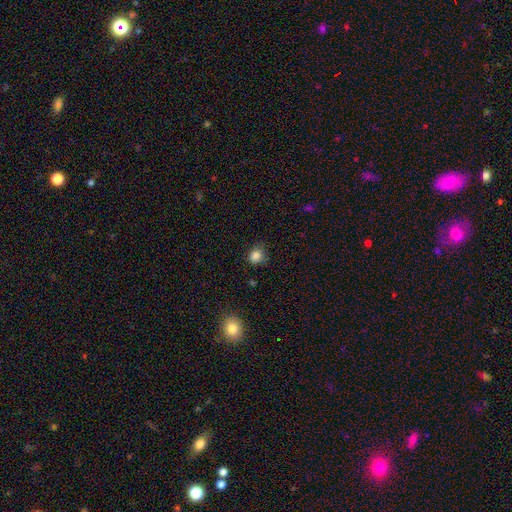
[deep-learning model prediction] A smooth galaxy with no disk features (84%) that is round (72%).

Vote fractions:
- Smooth or featured? smooth: 84% / star or artifact: 11% / featured or disk: 4%
- How rounded? round: 72% / in between: 27% / cigar-shaped: 1%
- Merging? none: 72% / minor disturbance: 21% / major disturbance: 5% / merger: 2%